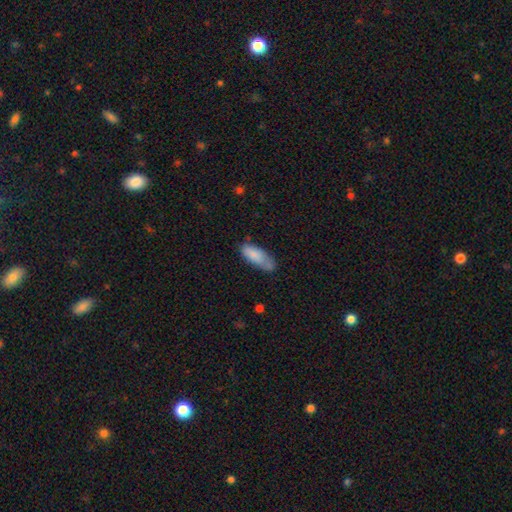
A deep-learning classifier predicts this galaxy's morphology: Smooth or featured? smooth (81%)
How rounded? in between (75%)
Merging? none (49%)